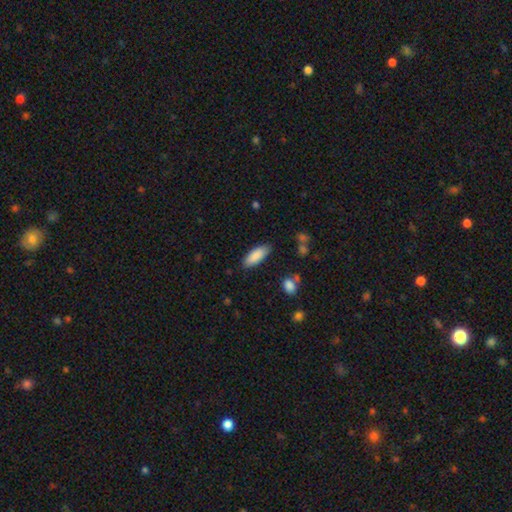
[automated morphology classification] The model was most divided on "how rounded": in between: 72%, cigar-shaped: 26%, round: 2%. More confident: smooth or featured — smooth (88%); merging — none (85%).